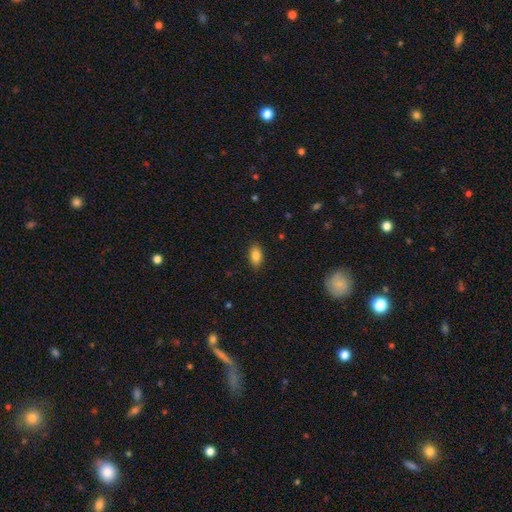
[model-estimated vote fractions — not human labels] This appears to be a smooth galaxy with no disk features (84%) that is in between round and cigar-shaped (89%). Merging: none (87%).